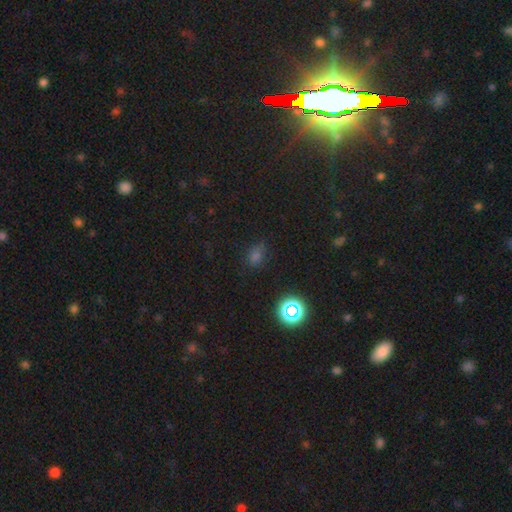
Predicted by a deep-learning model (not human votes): The model was most divided on "how rounded": in between: 59%, round: 39%, cigar-shaped: 2%. More confident: merging — none (77%); smooth or featured — smooth (64%).